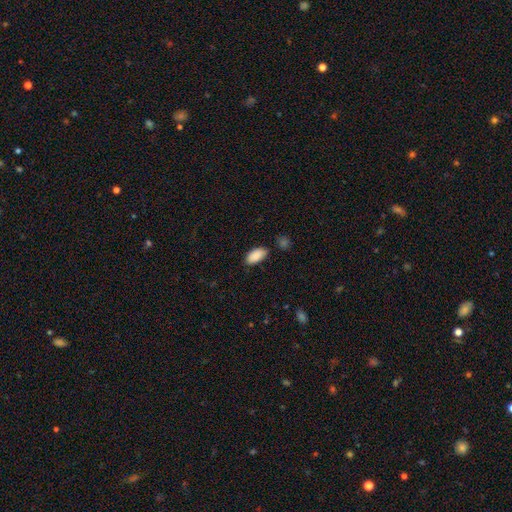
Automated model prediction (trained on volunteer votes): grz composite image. It shows a smooth galaxy with no disk features (90%) that is in between round and cigar-shaped (93%). Merging: none (78%).